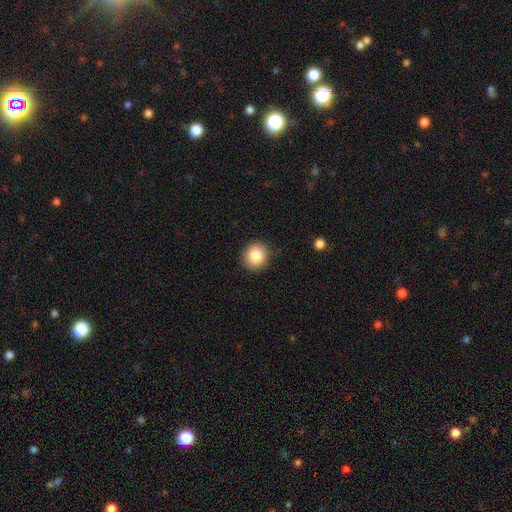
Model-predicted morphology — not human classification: type=smooth (85%); roundness=round (82%); merging=none (90%).